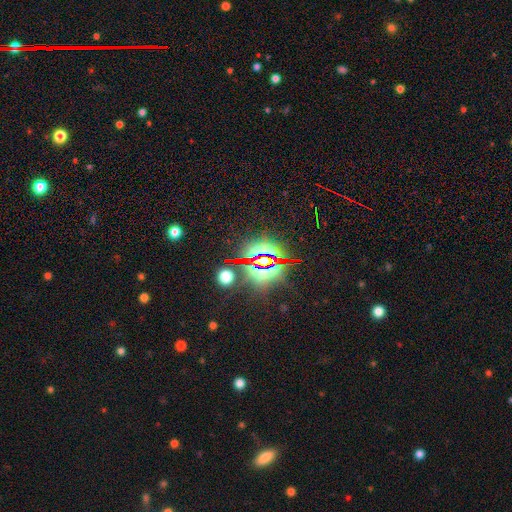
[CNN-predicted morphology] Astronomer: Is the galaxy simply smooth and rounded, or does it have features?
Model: star or artifact — 82%.